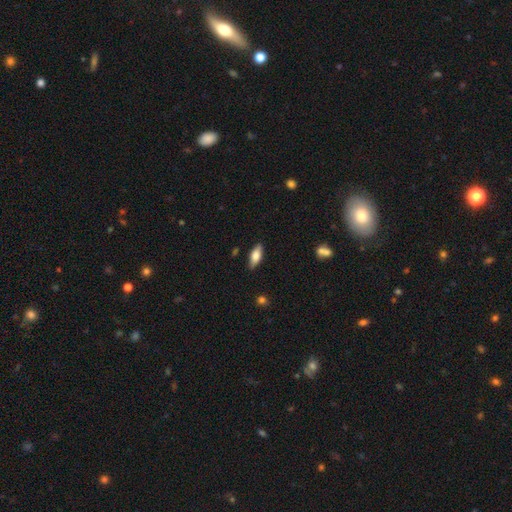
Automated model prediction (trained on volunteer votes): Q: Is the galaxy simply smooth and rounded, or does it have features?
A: smooth — 70%.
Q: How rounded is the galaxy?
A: in between — 74%.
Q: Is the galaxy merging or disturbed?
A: none — 85%.